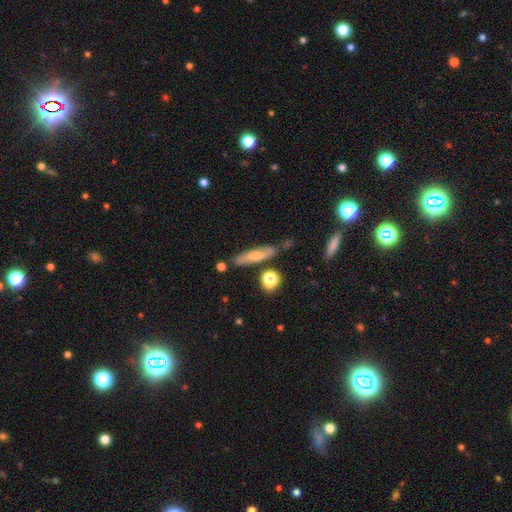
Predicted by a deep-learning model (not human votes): Smooth or featured? Predicted: smooth (p=0.58). How rounded? Predicted: cigar-shaped (p=0.71). Merging? Predicted: none (p=0.72).